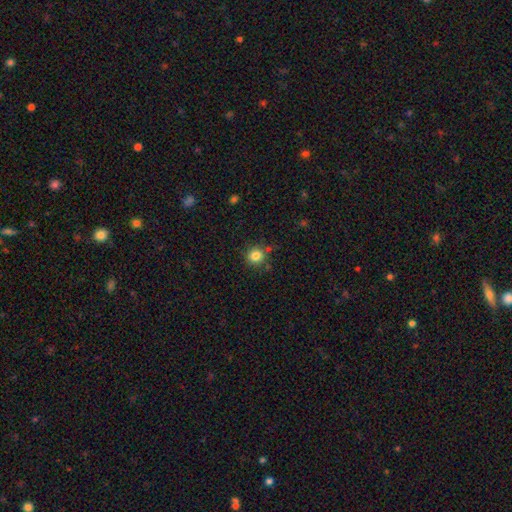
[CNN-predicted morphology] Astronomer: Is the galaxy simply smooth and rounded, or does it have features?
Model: smooth — 83%.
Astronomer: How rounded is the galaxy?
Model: round — 89%.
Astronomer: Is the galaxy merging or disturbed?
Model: none — 82%.